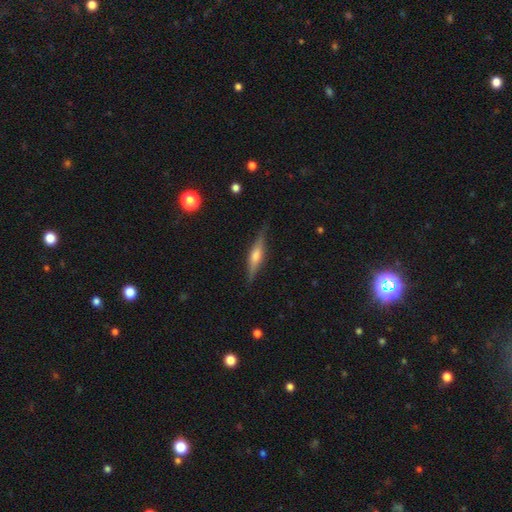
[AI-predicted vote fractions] This is likely a featured or disk galaxy (67%). It is clearly viewed edge-on (96%). Edge-on bulge: clearly rounded (81%). Merging: clearly none (84%).